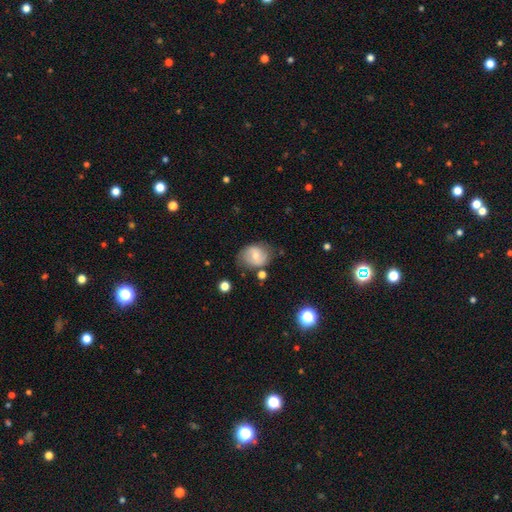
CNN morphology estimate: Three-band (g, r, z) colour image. It shows a featured or disk galaxy (47%). Merging: none (65%).